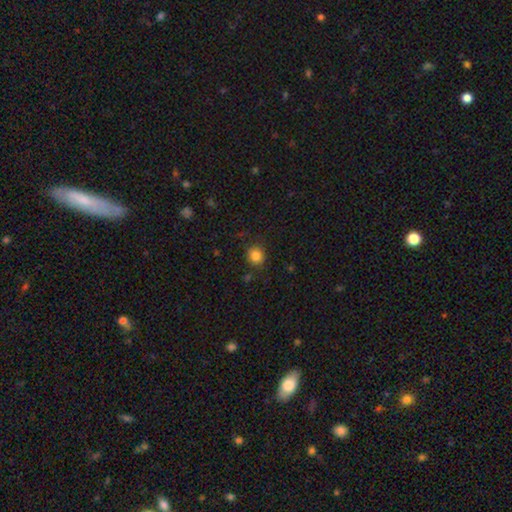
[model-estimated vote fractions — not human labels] The model was most divided on "how rounded": round: 85%, in between: 14%, cigar-shaped: 1%. More confident: merging — none (86%); smooth or featured — smooth (84%).